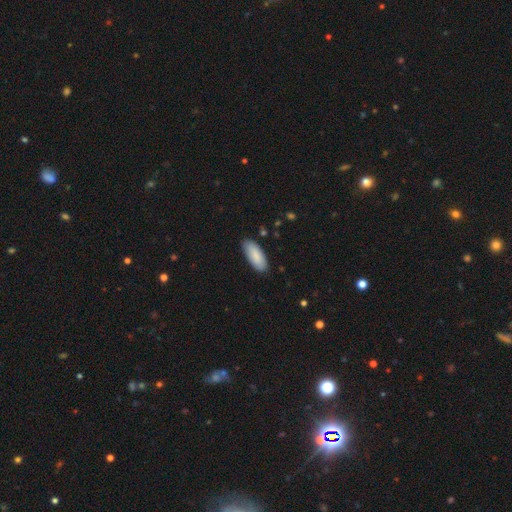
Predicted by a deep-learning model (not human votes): A smooth galaxy with no disk features (89%) that is in between round and cigar-shaped (83%). Merging: none (84%).